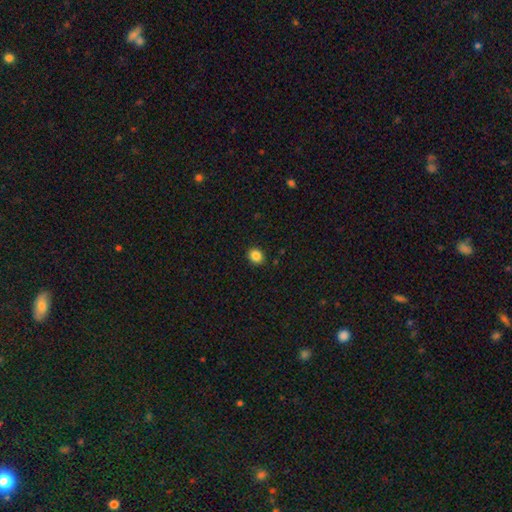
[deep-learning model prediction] Overall: smooth (86%). How rounded: round (67%; in between 32%). Merging: none (91%).